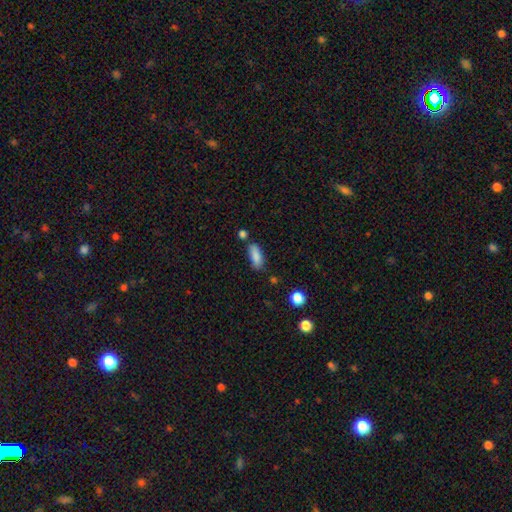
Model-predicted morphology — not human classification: Overall: smooth (86%). How rounded: in between (74%). Merging: none (67%).